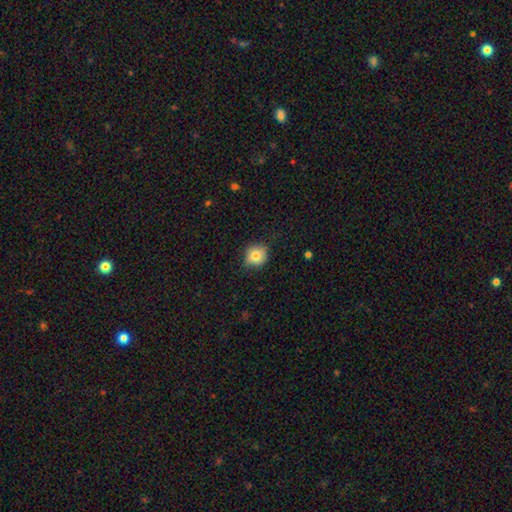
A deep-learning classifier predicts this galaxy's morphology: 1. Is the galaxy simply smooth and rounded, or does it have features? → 79% smooth, 12% featured or disk, 10% star or artifact.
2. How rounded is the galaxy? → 85% round, 14% in between, 1% cigar-shaped.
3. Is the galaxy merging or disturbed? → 78% none, 18% minor disturbance, 3% major disturbance, 1% merger.